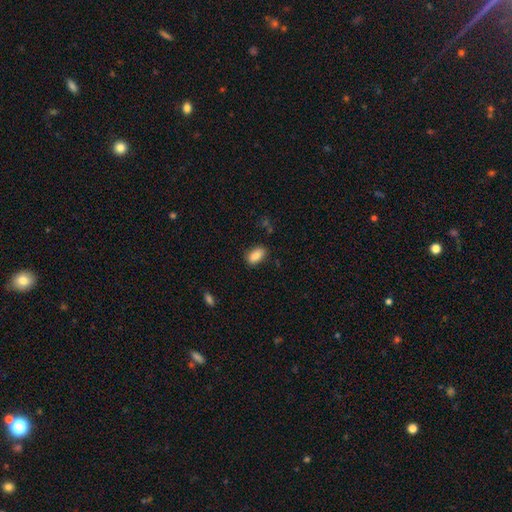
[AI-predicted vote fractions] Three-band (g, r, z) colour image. It shows a smooth galaxy with no disk features (89%) that is in between round and cigar-shaped (91%). Merging: none (83%).